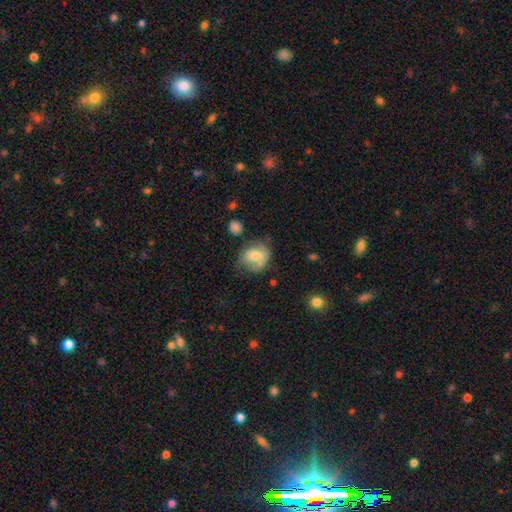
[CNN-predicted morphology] smooth_or_featured: smooth (p=0.62) [alt: featured or disk p=0.29]
how_rounded: round (p=0.55) [alt: in between p=0.44]
merging: none (p=0.44) [alt: minor disturbance p=0.31]